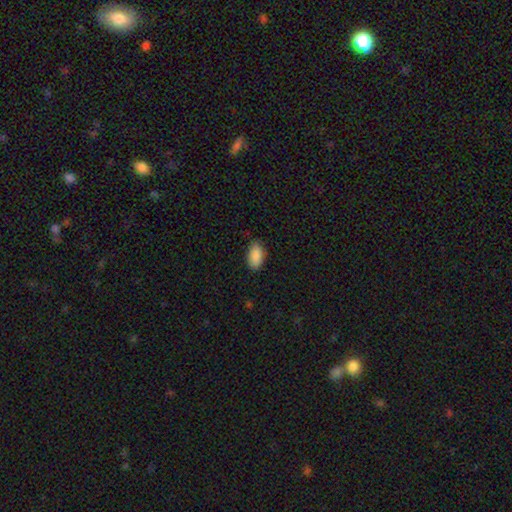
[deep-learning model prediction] smooth_or_featured: smooth (p=0.90) [alt: star or artifact p=0.07]
how_rounded: in between (p=0.94) [alt: round p=0.03]
merging: none (p=0.82) [alt: minor disturbance p=0.15]